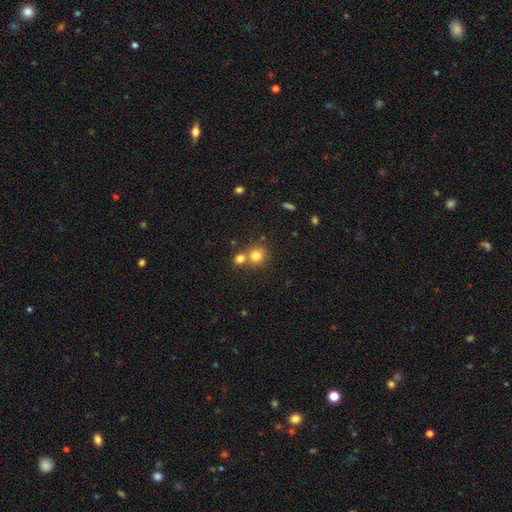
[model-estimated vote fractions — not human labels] smooth-or-featured: smooth: 79% | star or artifact: 12% | featured or disk: 8%
  how-rounded: round: 86% | in between: 13% | cigar-shaped: 1%
  merging: none: 53% | merger: 37% | minor disturbance: 7% | major disturbance: 3%